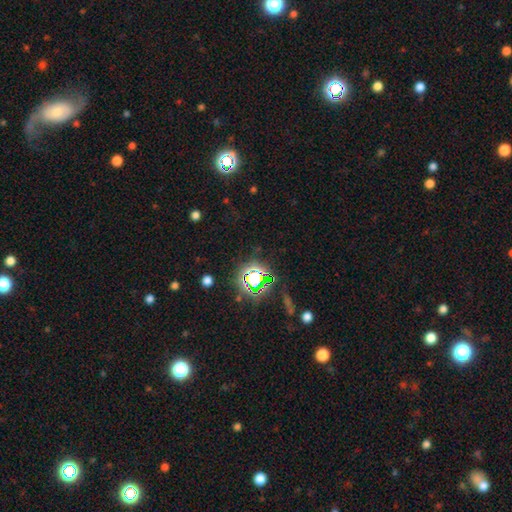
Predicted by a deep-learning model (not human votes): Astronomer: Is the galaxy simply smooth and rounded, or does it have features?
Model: star or artifact — 80%.